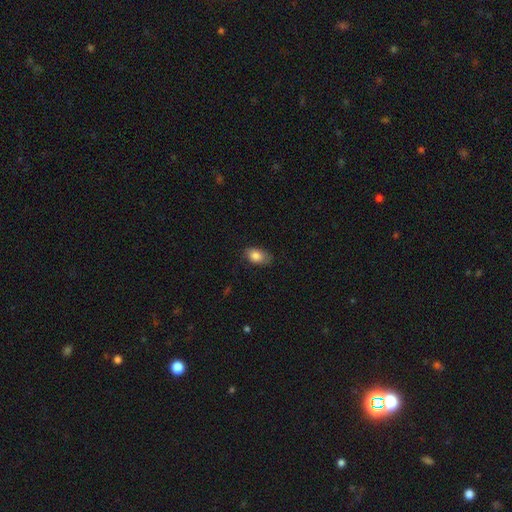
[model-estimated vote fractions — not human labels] Q: Smooth or featured?
A: smooth (85%); runner-up: featured or disk (8%)
Q: How rounded?
A: in between (87%); runner-up: round (11%)
Q: Merging?
A: none (70%); runner-up: minor disturbance (24%)